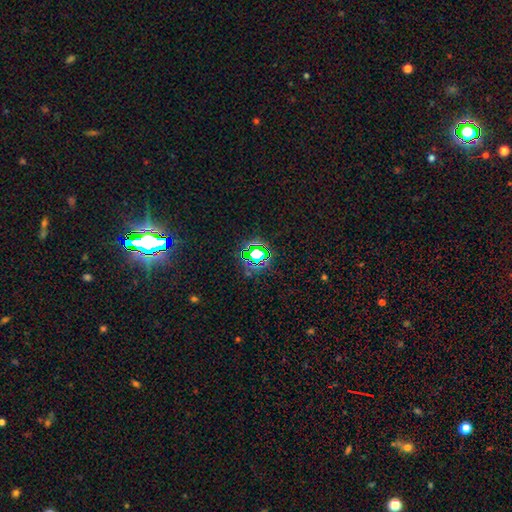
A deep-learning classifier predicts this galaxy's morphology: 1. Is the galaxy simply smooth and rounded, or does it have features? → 70% star or artifact, 19% smooth, 10% featured or disk.